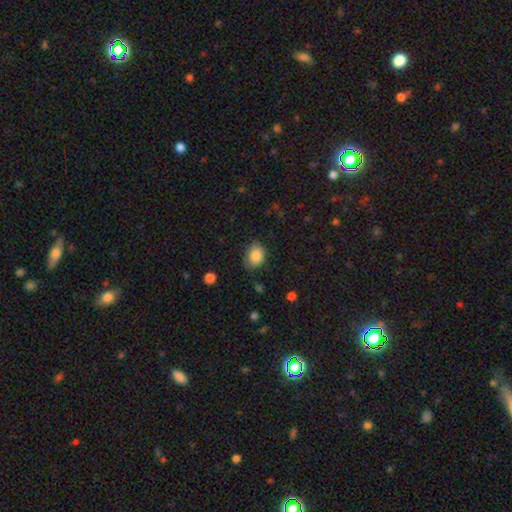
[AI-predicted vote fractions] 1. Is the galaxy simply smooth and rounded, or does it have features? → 86% smooth, 8% star or artifact, 5% featured or disk.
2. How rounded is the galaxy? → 66% in between, 33% round, 1% cigar-shaped.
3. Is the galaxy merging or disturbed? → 70% none, 24% minor disturbance, 5% major disturbance, 1% merger.